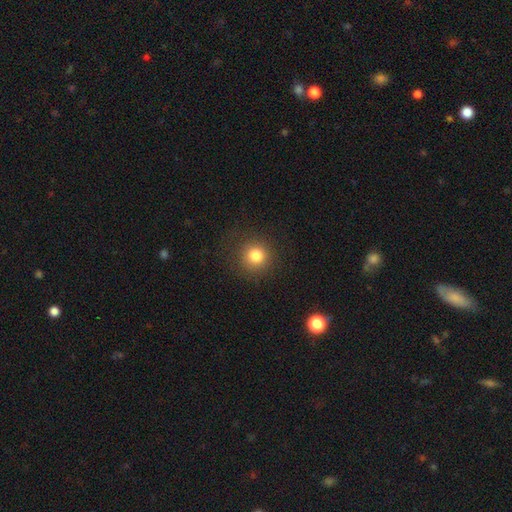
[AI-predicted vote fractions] Q: Smooth or featured?
A: smooth (82%); runner-up: star or artifact (12%)
Q: How rounded?
A: round (94%); runner-up: in between (5%)
Q: Merging?
A: none (89%); runner-up: minor disturbance (7%)